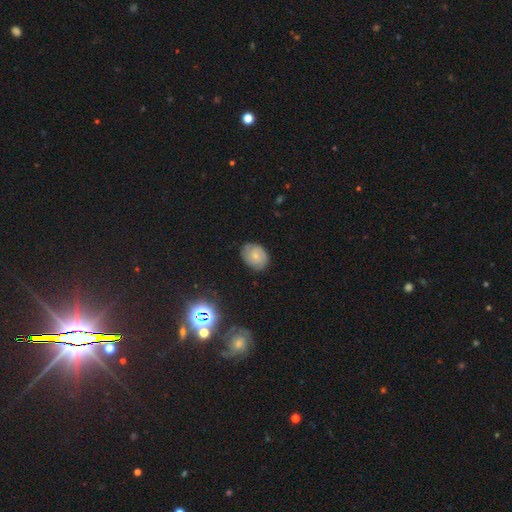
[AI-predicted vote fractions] Q: Smooth or featured?
A: smooth (61%); runner-up: featured or disk (28%)
Q: How rounded?
A: in between (62%); runner-up: round (37%)
Q: Merging?
A: none (79%); runner-up: minor disturbance (17%)